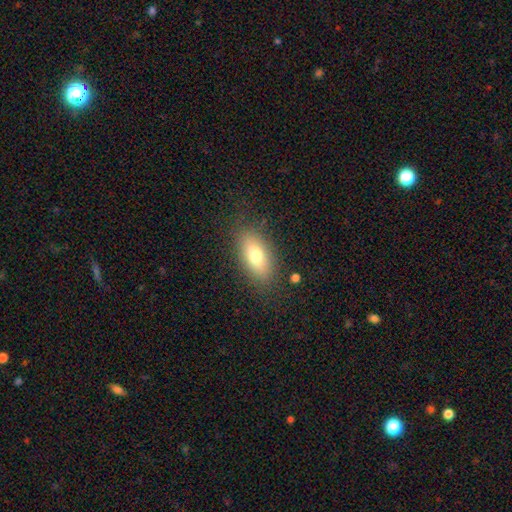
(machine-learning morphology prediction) smooth-or-featured: smooth: 73% | featured or disk: 18% | star or artifact: 9%
  how-rounded: in between: 85% | cigar-shaped: 9% | round: 6%
  merging: none: 83% | minor disturbance: 11% | major disturbance: 4% | merger: 1%